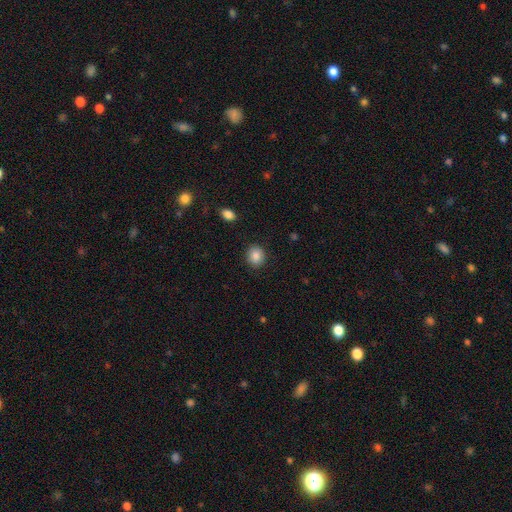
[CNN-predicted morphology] This is clearly a smooth galaxy (87%). How rounded: likely round (73%). Merging: clearly none (89%).